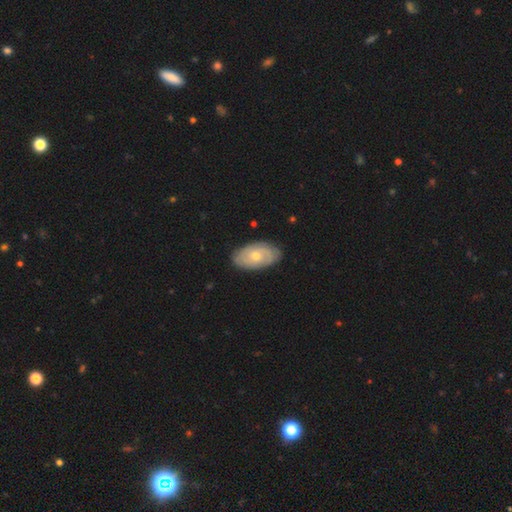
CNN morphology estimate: This appears to be a featured or disk galaxy (60%) with no bar (80%), spiral arms (73%) and a moderate central bulge (53%). Merging: none (82%).